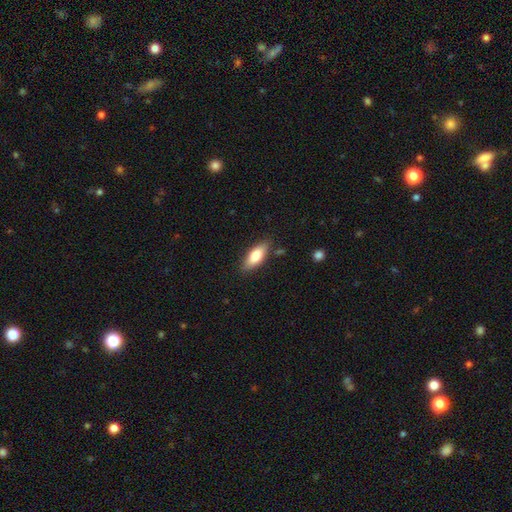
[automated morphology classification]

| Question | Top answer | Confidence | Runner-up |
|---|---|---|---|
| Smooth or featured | smooth | 78% | featured or disk (16%) |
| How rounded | in between | 73% | cigar-shaped (25%) |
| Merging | none | 82% | minor disturbance (13%) |